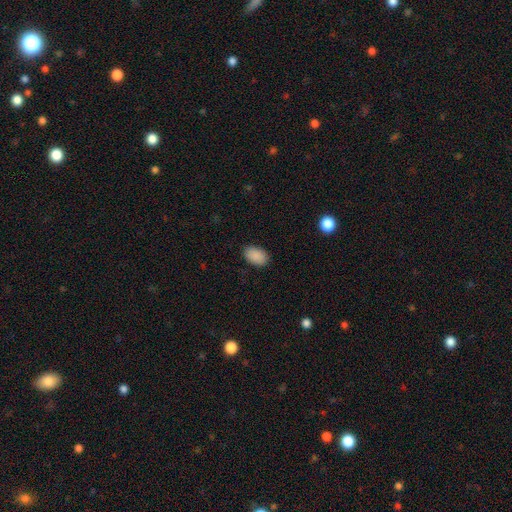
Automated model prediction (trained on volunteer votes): smooth_or_featured: smooth (p=0.90) [alt: star or artifact p=0.07]
how_rounded: in between (p=0.89) [alt: round p=0.10]
merging: none (p=0.88) [alt: minor disturbance p=0.09]